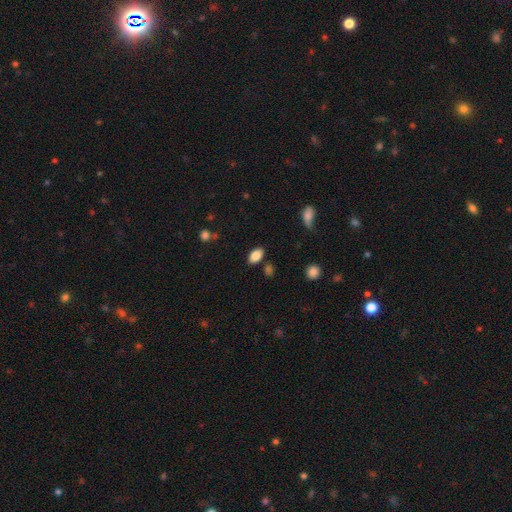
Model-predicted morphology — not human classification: This appears to be a smooth galaxy with no disk features (86%) that is in between round and cigar-shaped (91%). Merging: none (82%).